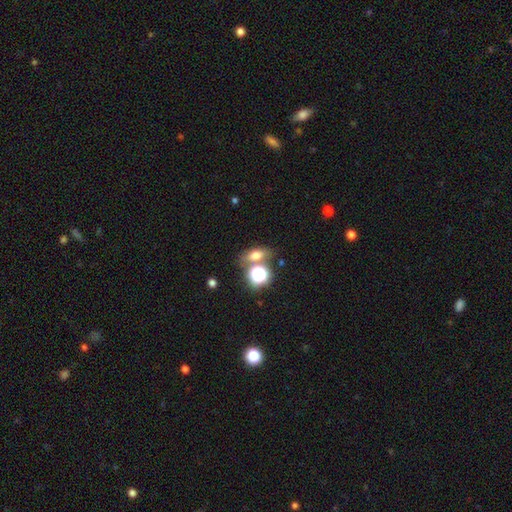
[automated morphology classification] type=smooth (64%); roundness=in between (63%); merging=none (61%).